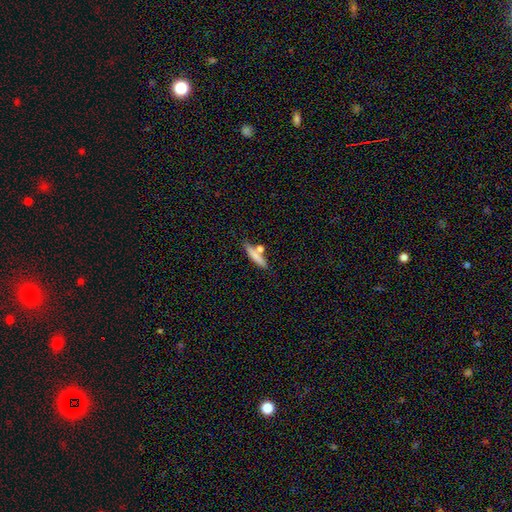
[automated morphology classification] Smooth or featured? smooth (74%)
How rounded? cigar-shaped (81%)
Merging? none (62%)